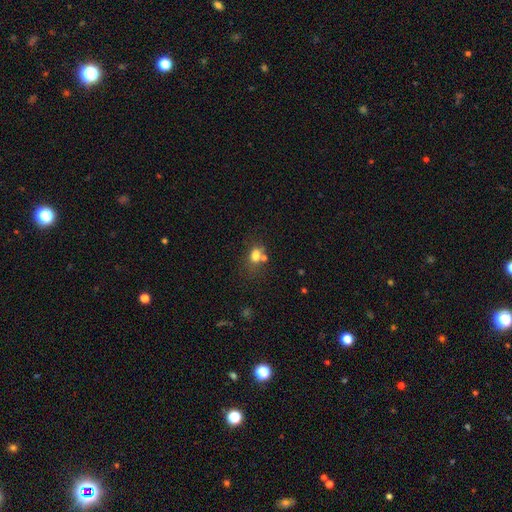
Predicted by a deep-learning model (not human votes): Overall: smooth (74%). How rounded: in between (63%; round 35%). Merging: none (46%; merger 30%).